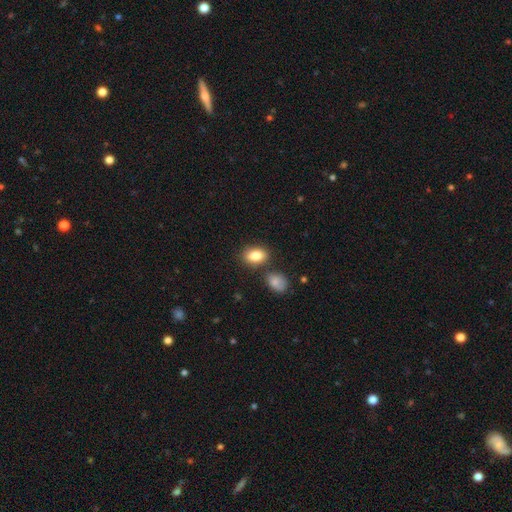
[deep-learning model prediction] Morphology: type=smooth (84%); roundness=in between (83%); merging=none (73%).